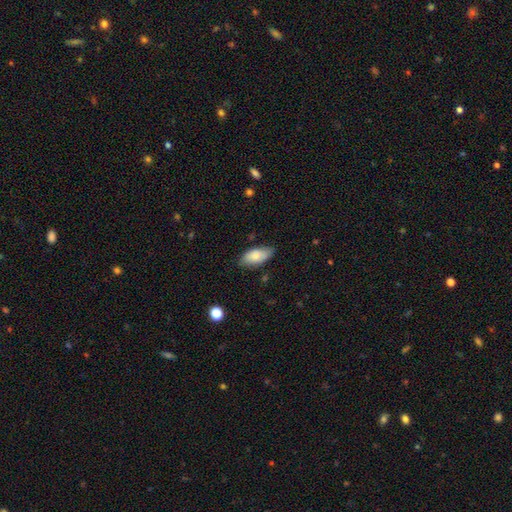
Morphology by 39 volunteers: Q: Smooth or featured?
A: smooth (79%); runner-up: featured or disk (15%)
Q: How rounded?
A: in between (100%)
Q: Merging?
A: none (68%); runner-up: minor disturbance (30%)